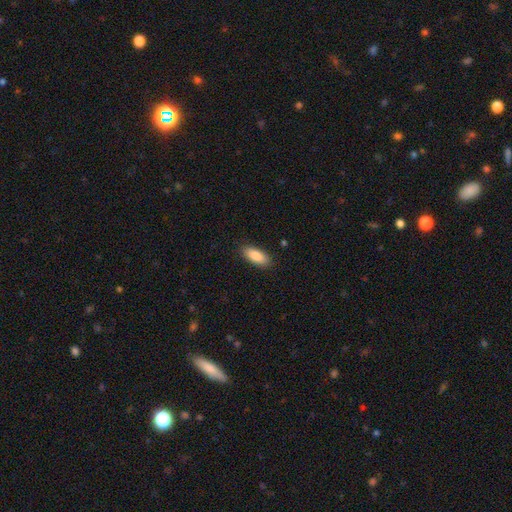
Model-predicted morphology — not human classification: Smooth or featured?
  - smooth: 86% *
  - featured or disk: 7%
  - star or artifact: 6%
How rounded?
  - in between: 84% *
  - cigar-shaped: 14%
  - round: 2%
Merging?
  - none: 88% *
  - minor disturbance: 9%
  - major disturbance: 2%
  - merger: 1%